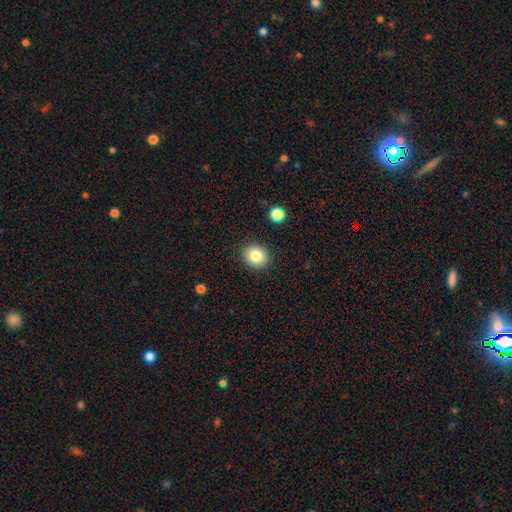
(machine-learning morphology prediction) type=smooth (82%); roundness=round (79%); merging=none (90%).